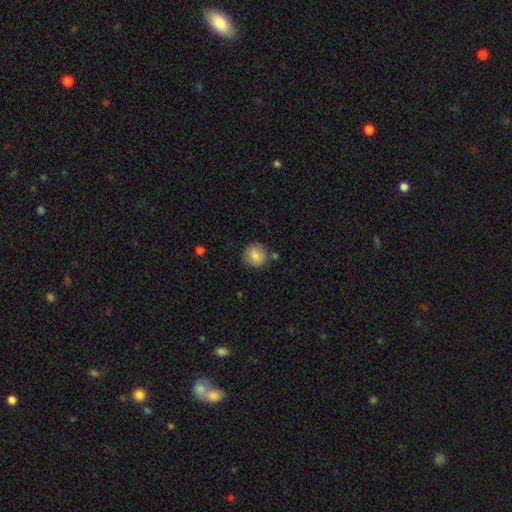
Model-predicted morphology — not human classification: Smooth or featured?
  - smooth: 86% *
  - star or artifact: 8%
  - featured or disk: 6%
How rounded?
  - round: 91% *
  - in between: 8%
  - cigar-shaped: 1%
Merging?
  - none: 80% *
  - minor disturbance: 12%
  - merger: 5%
  - major disturbance: 3%